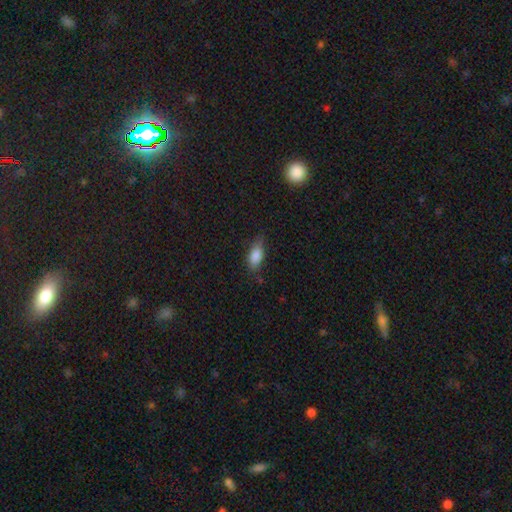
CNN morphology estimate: Smooth or featured? Predicted: smooth (p=0.84). How rounded? Predicted: in between (p=0.85). Merging? Predicted: none (p=0.69).